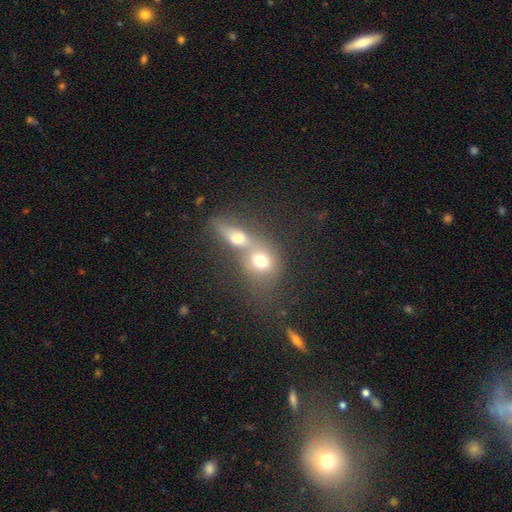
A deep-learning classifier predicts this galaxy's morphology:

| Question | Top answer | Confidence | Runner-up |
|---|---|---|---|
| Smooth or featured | smooth | 56% | featured or disk (27%) |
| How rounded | round | 58% | in between (35%) |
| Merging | merger | 71% | none (18%) |